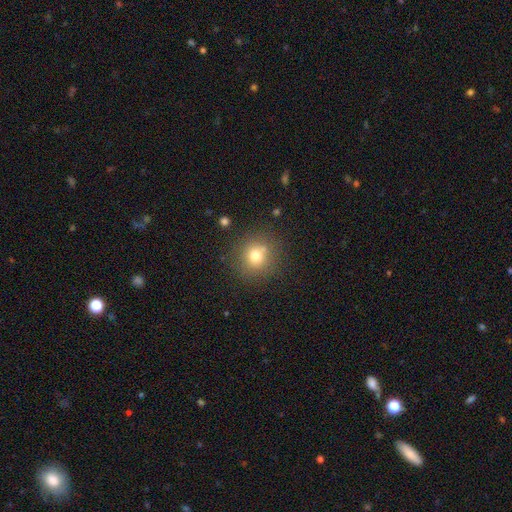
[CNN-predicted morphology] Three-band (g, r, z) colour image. It shows a smooth galaxy with no disk features (74%) that is round (91%). Merging: none (77%).